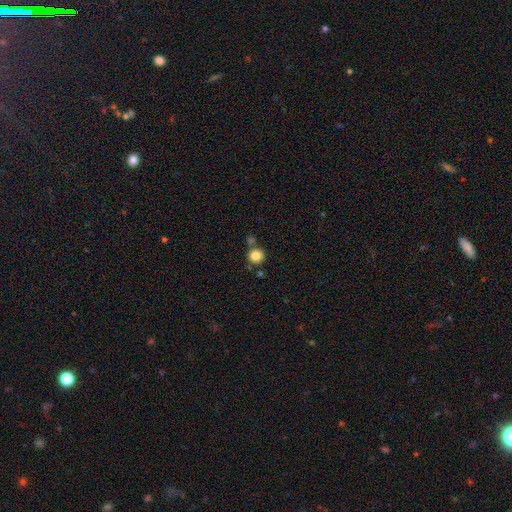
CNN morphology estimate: This is clearly a smooth galaxy (83%). How rounded: clearly round (93%). Merging: likely none (75%).